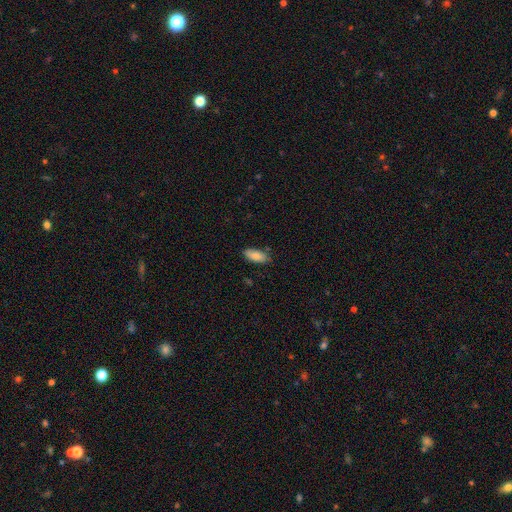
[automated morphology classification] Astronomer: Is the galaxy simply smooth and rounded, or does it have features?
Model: smooth — 85%.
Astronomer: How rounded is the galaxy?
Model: in between — 86%.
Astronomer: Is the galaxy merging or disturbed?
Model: none — 81%.